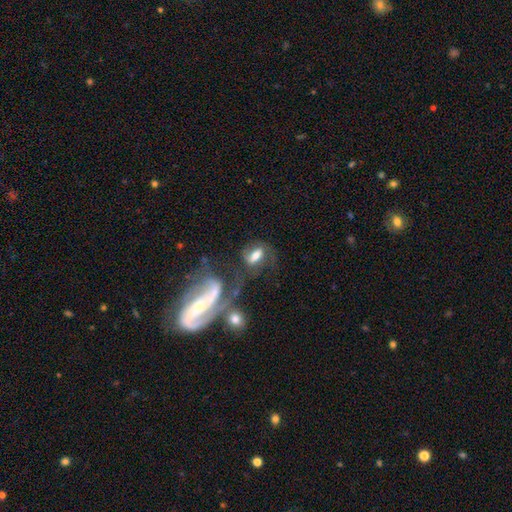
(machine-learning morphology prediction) smooth 46%, featured or disk 44%, star or artifact 10%. Down the decision tree: merging — none (38%).